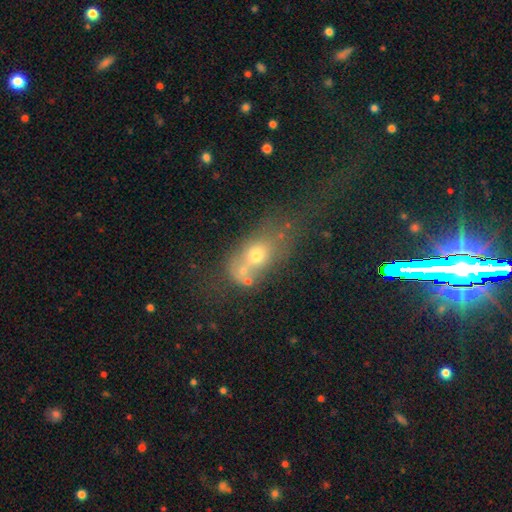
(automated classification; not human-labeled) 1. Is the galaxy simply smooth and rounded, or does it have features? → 54% smooth, 30% featured or disk, 16% star or artifact.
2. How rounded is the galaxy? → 63% in between, 32% round, 5% cigar-shaped.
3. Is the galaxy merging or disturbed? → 46% merger, 23% none, 18% major disturbance, 13% minor disturbance.